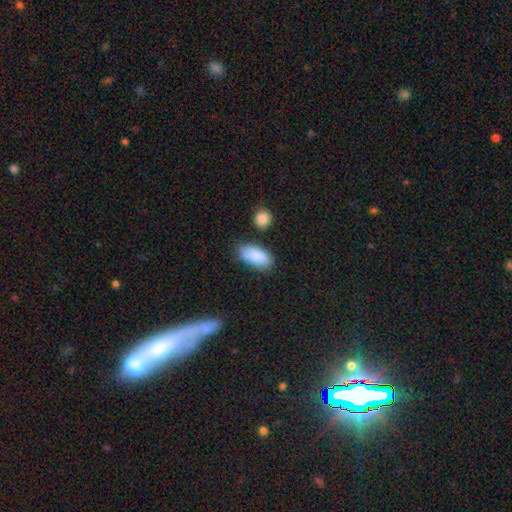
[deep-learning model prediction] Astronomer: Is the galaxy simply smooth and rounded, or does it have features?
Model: smooth — 87%.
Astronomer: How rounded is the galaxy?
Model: in between — 92%.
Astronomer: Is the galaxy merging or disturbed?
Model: none — 71%.